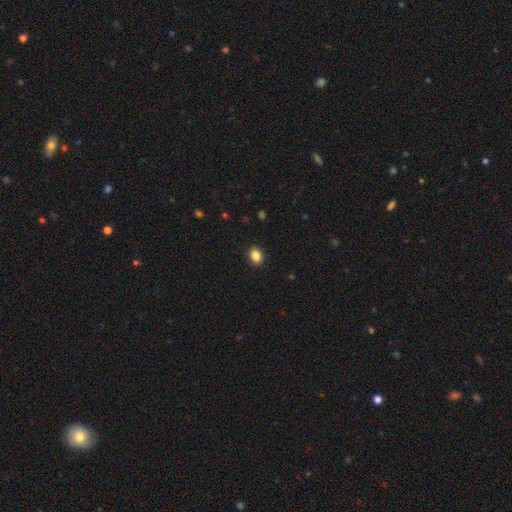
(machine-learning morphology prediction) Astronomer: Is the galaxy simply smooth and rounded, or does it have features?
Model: smooth — 86%.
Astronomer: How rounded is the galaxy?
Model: in between — 66%.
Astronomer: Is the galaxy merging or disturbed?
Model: none — 91%.